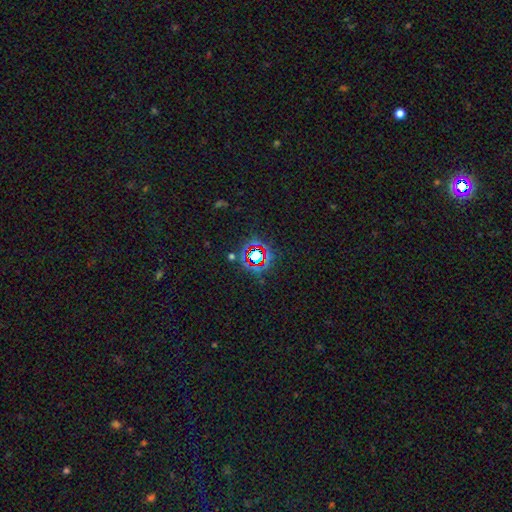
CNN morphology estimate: This appears to be a star or artifact, not a galaxy (74%).